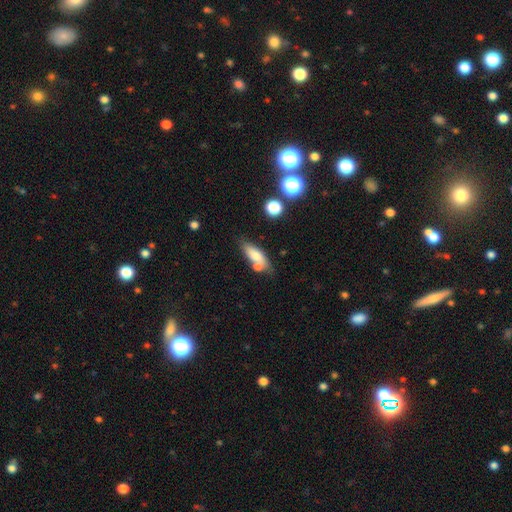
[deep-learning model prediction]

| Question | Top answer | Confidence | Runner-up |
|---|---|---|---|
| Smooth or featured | smooth | 71% | featured or disk (21%) |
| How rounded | in between | 64% | cigar-shaped (33%) |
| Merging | none | 58% | merger (21%) |